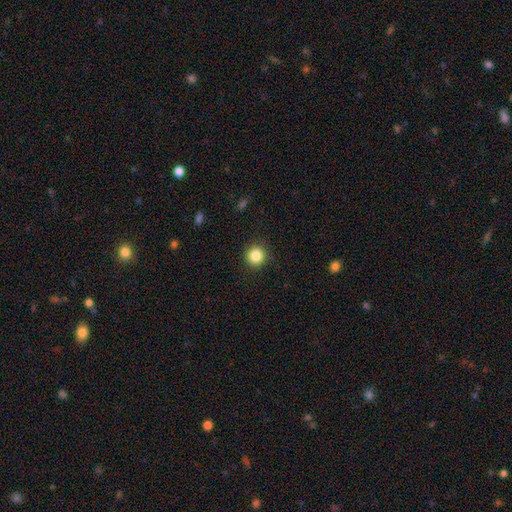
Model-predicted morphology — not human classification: Q: Smooth or featured?
A: smooth (86%); runner-up: star or artifact (10%)
Q: How rounded?
A: round (94%); runner-up: in between (5%)
Q: Merging?
A: none (90%); runner-up: minor disturbance (7%)